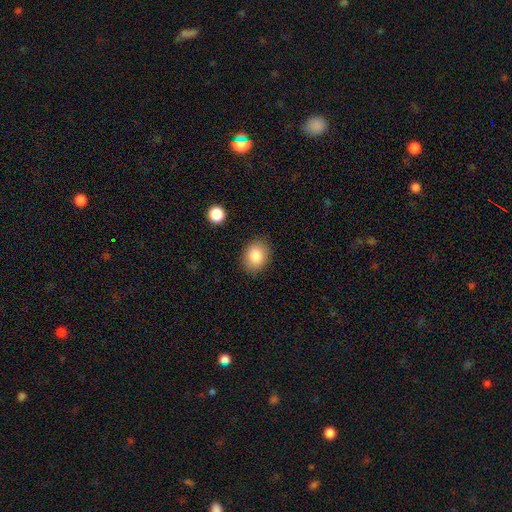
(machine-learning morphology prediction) Smooth or featured: smooth — 86% (star or artifact — 8%)
How rounded: in between — 55% (round — 44%)
Merging: none — 85% (minor disturbance — 11%)